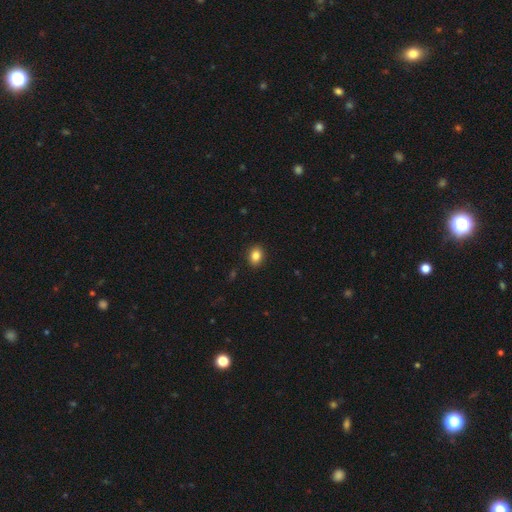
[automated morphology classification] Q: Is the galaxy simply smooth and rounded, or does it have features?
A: smooth — 86%.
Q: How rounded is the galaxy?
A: in between — 67%.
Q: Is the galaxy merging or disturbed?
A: none — 90%.